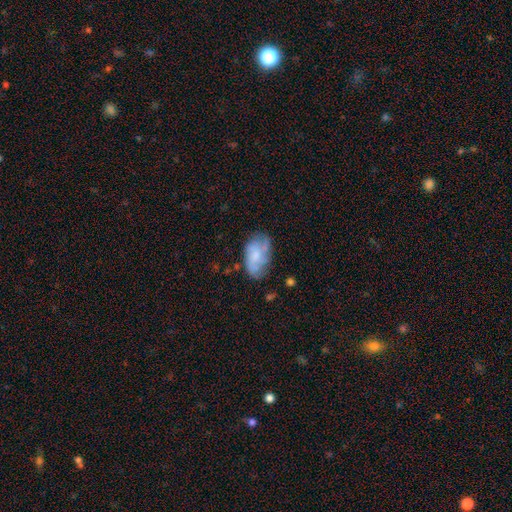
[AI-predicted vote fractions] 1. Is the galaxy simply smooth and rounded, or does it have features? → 46% featured or disk (tied), 46% smooth (tied), 8% star or artifact.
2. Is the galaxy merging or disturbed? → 59% none, 27% minor disturbance, 11% major disturbance, 3% merger.